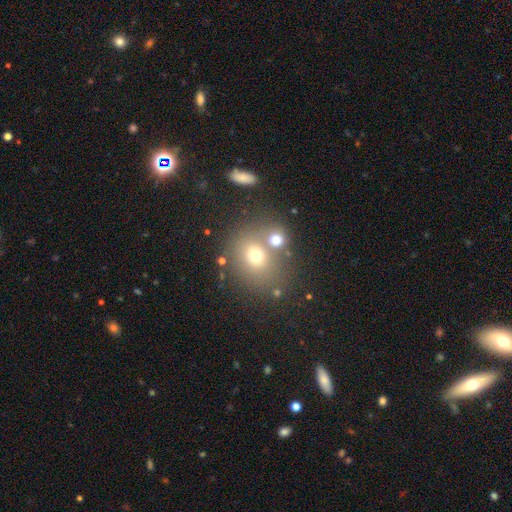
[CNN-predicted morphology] Smooth or featured: smooth — 66% (star or artifact — 17%)
How rounded: round — 65% (in between — 34%)
Merging: none — 59% (merger — 25%)